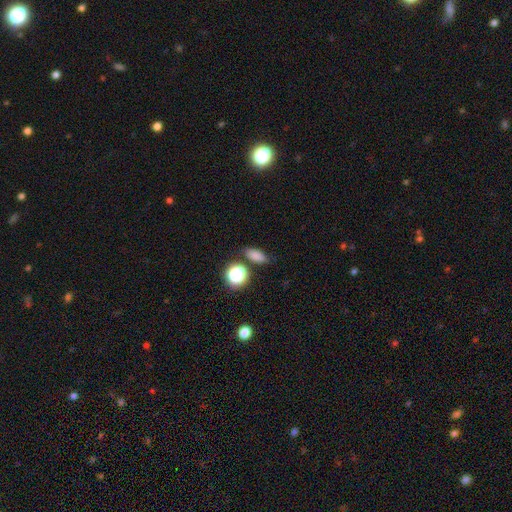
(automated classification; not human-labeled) smooth_or_featured: smooth (p=0.78) [alt: star or artifact p=0.15]
how_rounded: in between (p=0.73) [alt: round p=0.19]
merging: none (p=0.76) [alt: minor disturbance p=0.14]